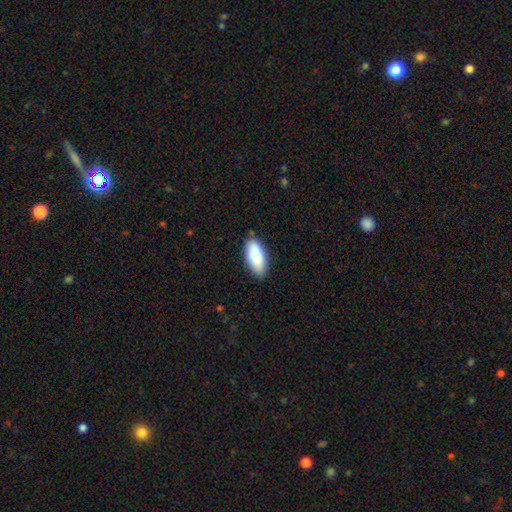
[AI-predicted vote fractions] Overall: smooth (88%). How rounded: in between (87%). Merging: none (83%).